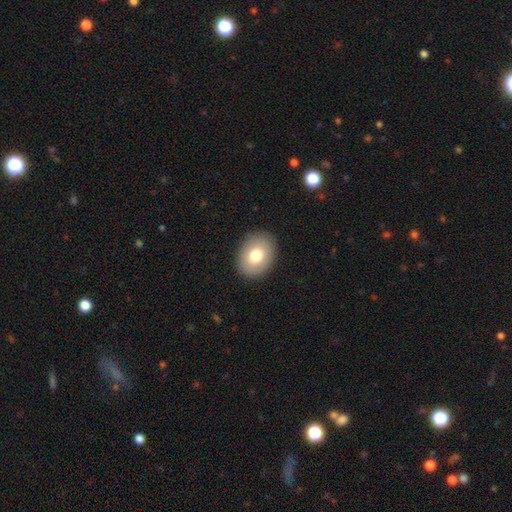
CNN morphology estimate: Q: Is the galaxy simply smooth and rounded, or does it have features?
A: smooth — 77%.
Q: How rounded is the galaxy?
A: in between — 67%.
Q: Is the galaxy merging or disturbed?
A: none — 89%.